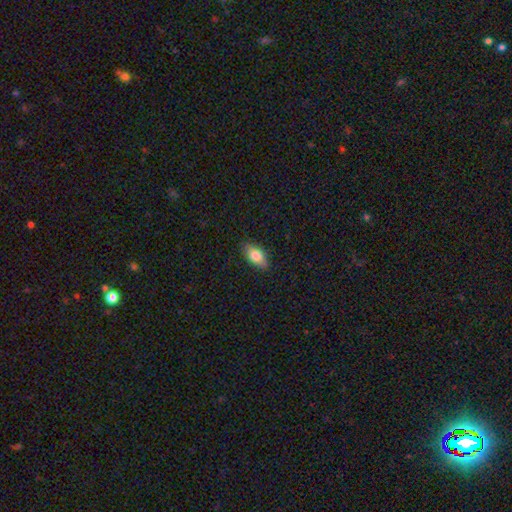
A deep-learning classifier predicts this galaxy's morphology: type=smooth (80%); roundness=in between (90%); merging=none (85%).